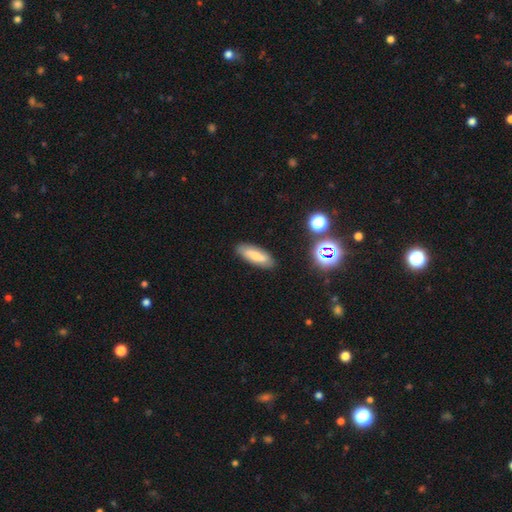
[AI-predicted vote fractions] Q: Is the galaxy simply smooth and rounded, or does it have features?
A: smooth — 67%.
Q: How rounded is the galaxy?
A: in between — 64%.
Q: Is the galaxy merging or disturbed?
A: none — 87%.